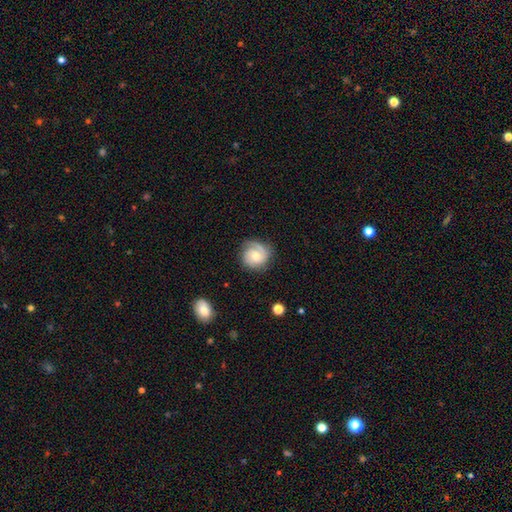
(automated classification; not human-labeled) Smooth or featured? featured or disk (67%)
Edge-on disk? no (98%)
Bar? no (69%)
Spiral arms? yes (93%)
Spiral winding? tight (54%)
Spiral arm count? 2 (35%)
Bulge size? moderate (55%)
Merging? none (74%)